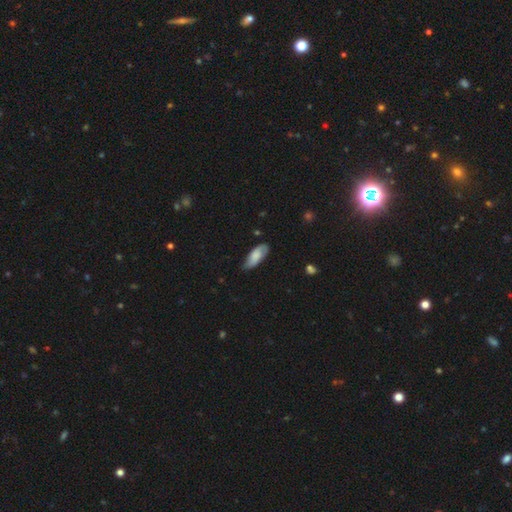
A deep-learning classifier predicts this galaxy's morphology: The model was most divided on "smooth or featured": smooth: 64%, featured or disk: 29%, star or artifact: 7%. More confident: how rounded — in between (82%); merging — none (69%).